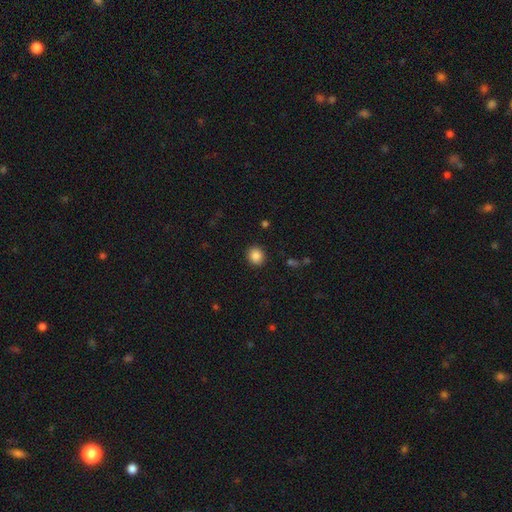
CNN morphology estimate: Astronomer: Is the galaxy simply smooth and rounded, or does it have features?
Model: smooth — 86%.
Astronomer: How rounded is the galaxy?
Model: round — 85%.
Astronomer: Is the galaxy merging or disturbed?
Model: none — 91%.